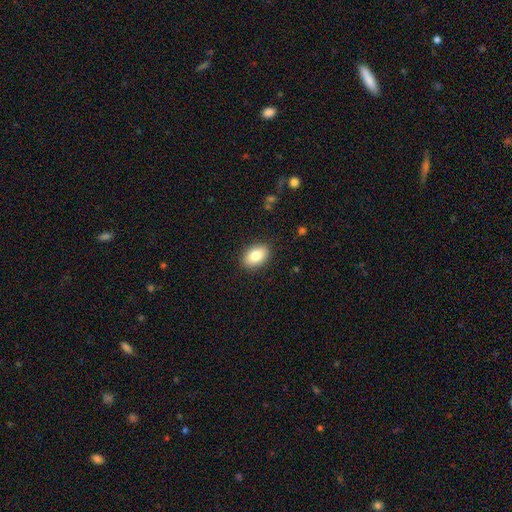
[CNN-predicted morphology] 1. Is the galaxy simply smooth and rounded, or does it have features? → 84% smooth, 9% featured or disk, 7% star or artifact.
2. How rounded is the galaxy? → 87% in between, 12% round, 1% cigar-shaped.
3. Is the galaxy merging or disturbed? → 88% none, 9% minor disturbance, 2% major disturbance, 1% merger.